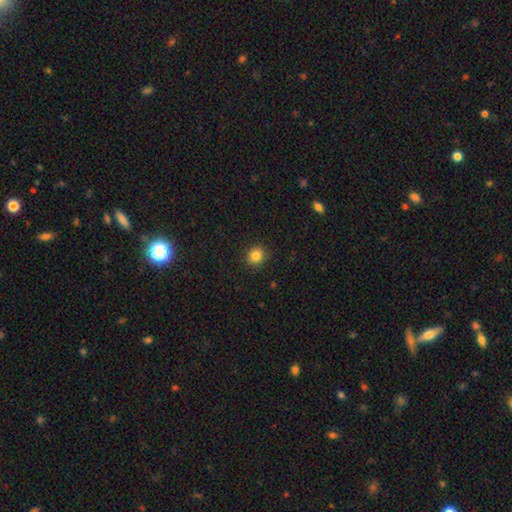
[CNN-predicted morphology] This is clearly a smooth galaxy (84%). How rounded: clearly round (88%). Merging: clearly none (91%).